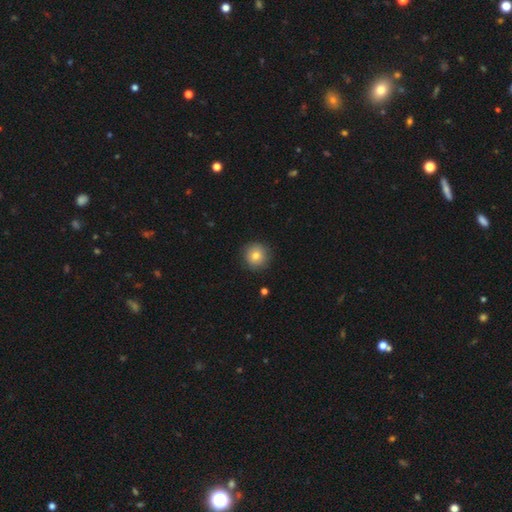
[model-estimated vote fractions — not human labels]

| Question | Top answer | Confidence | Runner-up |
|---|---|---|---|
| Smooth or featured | smooth | 78% | featured or disk (12%) |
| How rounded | round | 94% | in between (5%) |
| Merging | none | 88% | minor disturbance (8%) |